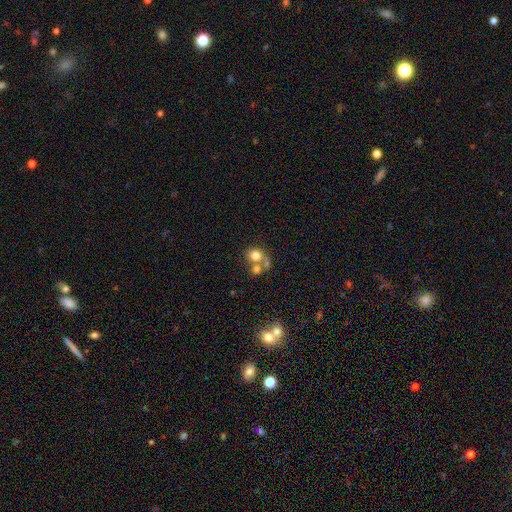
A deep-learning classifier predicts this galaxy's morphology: smooth 72%, featured or disk 16%, star or artifact 12%. Down the decision tree: how rounded — round (78%); merging — merger (46%).